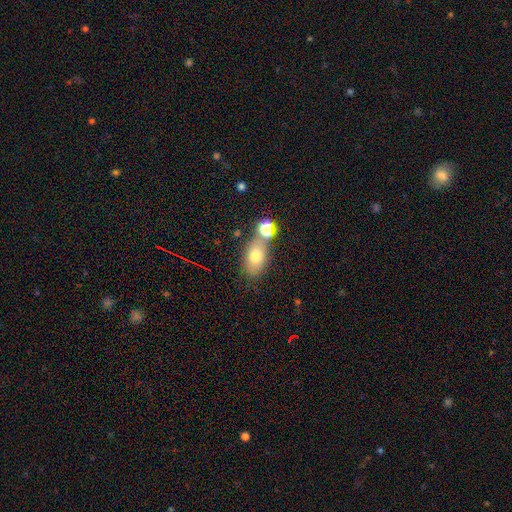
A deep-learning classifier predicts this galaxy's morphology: Smooth or featured? smooth (74%)
How rounded? in between (85%)
Merging? none (62%)